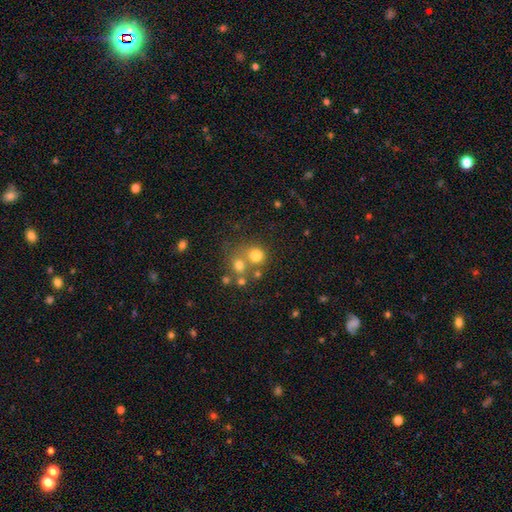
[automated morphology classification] smooth 71%, star or artifact 17%, featured or disk 13%. Down the decision tree: how rounded — round (77%); merging — none (46%).